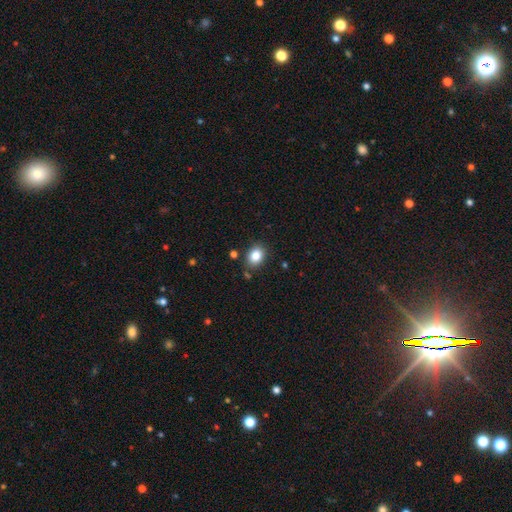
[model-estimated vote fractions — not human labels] A smooth galaxy with no disk features (85%) that is in between round and cigar-shaped (54%). Merging: none (83%).